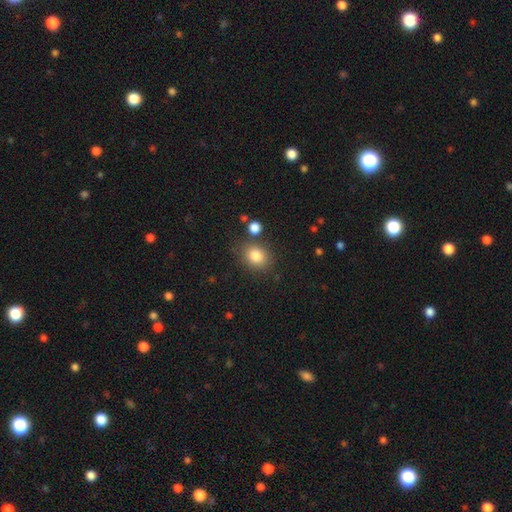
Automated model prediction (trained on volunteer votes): A smooth galaxy with no disk features (83%) that is round (52%).

Vote fractions:
- Smooth or featured? smooth: 83% / star or artifact: 10% / featured or disk: 7%
- How rounded? round: 52% / in between: 47% / cigar-shaped: 1%
- Merging? none: 76% / minor disturbance: 13% / merger: 7% / major disturbance: 4%